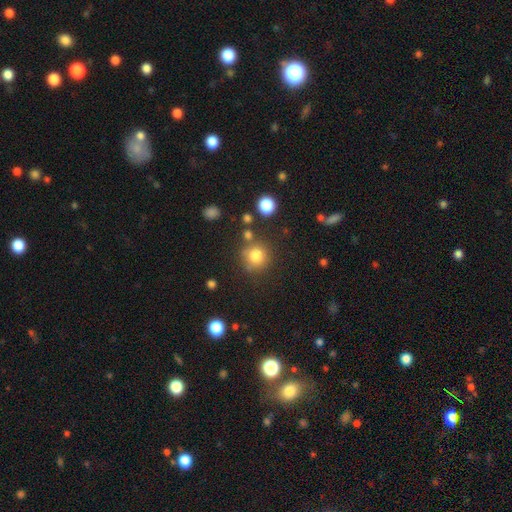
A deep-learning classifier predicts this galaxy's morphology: smooth-or-featured: smooth: 79% | star or artifact: 13% | featured or disk: 7%
  how-rounded: round: 91% | in between: 8% | cigar-shaped: 1%
  merging: none: 74% | minor disturbance: 12% | merger: 9% | major disturbance: 5%